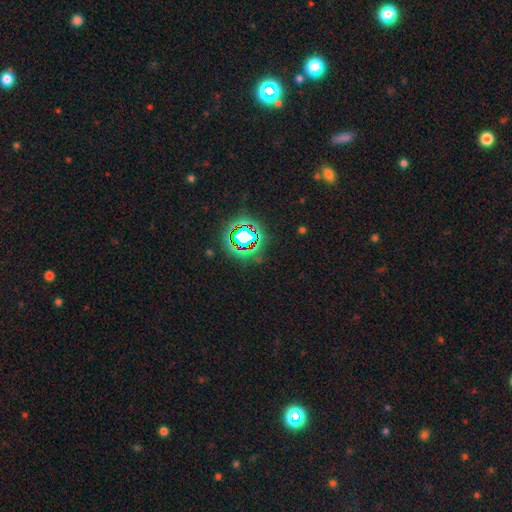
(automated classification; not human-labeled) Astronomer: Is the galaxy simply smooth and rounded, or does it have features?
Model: star or artifact — 78%.